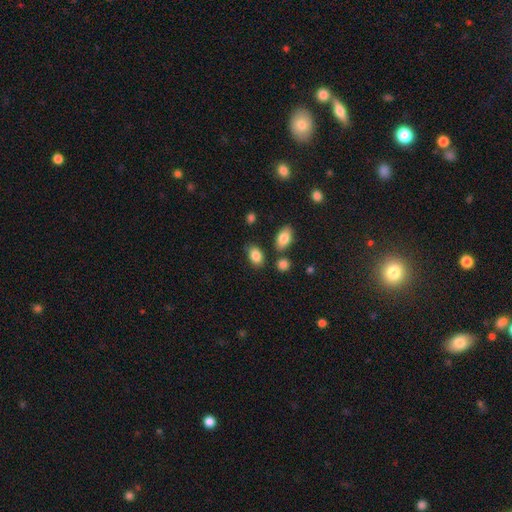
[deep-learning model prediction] Smooth or featured? Predicted: smooth (p=0.86). How rounded? Predicted: in between (p=0.86). Merging? Predicted: none (p=0.75).